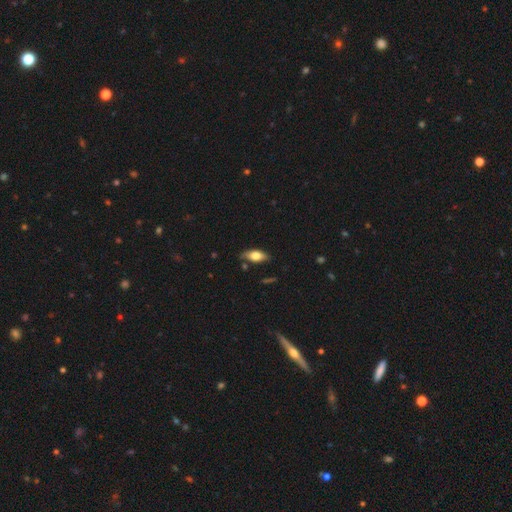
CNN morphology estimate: This appears to be a smooth galaxy with no disk features (67%) that is in between round and cigar-shaped (80%). Merging: none (77%).